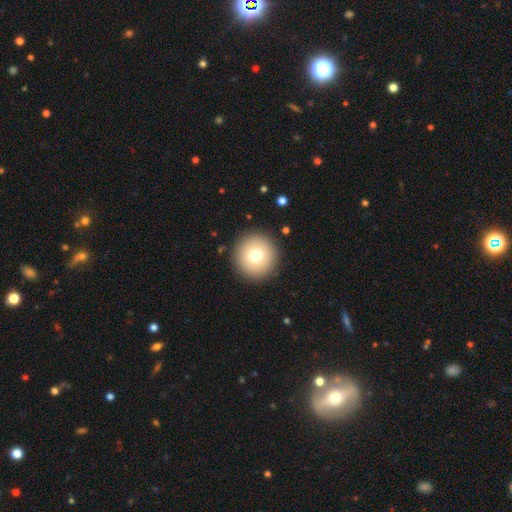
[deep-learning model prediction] Q: Smooth or featured?
A: smooth (73%); runner-up: featured or disk (16%)
Q: How rounded?
A: round (96%); runner-up: in between (4%)
Q: Merging?
A: none (92%); runner-up: minor disturbance (5%)